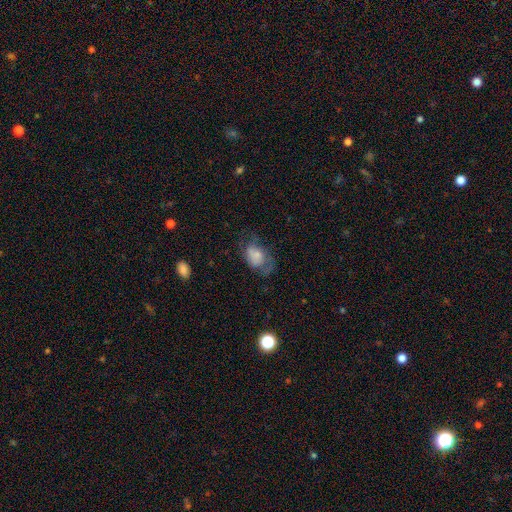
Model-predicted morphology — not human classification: Smooth or featured: smooth — 57% (featured or disk — 34%)
How rounded: in between — 78% (round — 21%)
Merging: none — 39% (major disturbance — 30%)